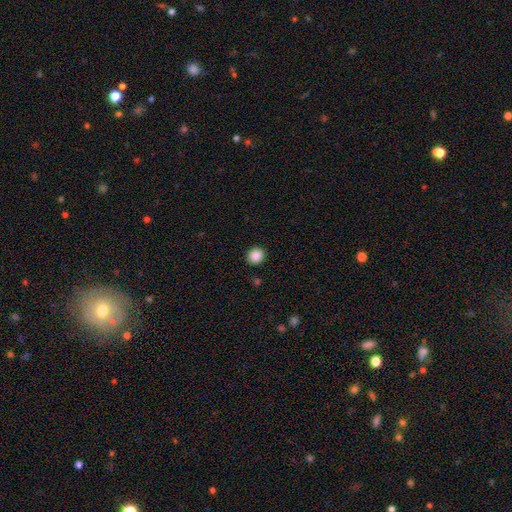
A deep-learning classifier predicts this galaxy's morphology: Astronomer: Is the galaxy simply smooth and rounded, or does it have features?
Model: smooth — 88%.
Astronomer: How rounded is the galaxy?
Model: round — 87%.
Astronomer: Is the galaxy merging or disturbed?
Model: none — 92%.